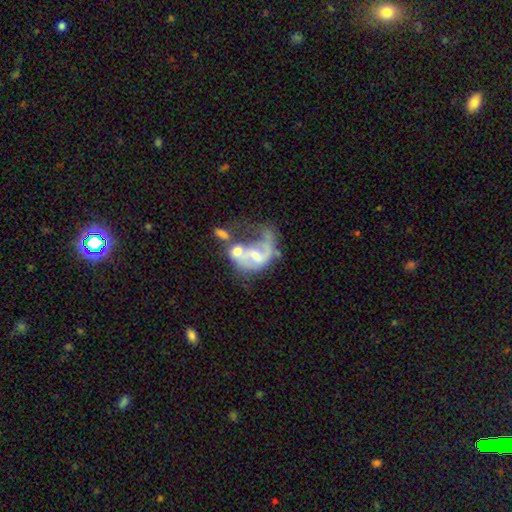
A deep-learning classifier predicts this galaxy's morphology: smooth_or_featured: featured or disk (p=0.70) [alt: smooth p=0.21]
disk_edge_on: no (p=0.97) [alt: yes p=0.03]
bar: no (p=0.45) [alt: weak p=0.41]
has_spiral_arms: yes (p=0.65) [alt: no p=0.35]
bulge_size: moderate (p=0.42) [alt: small p=0.31]
merging: merger (p=0.51) [alt: major disturbance p=0.29]